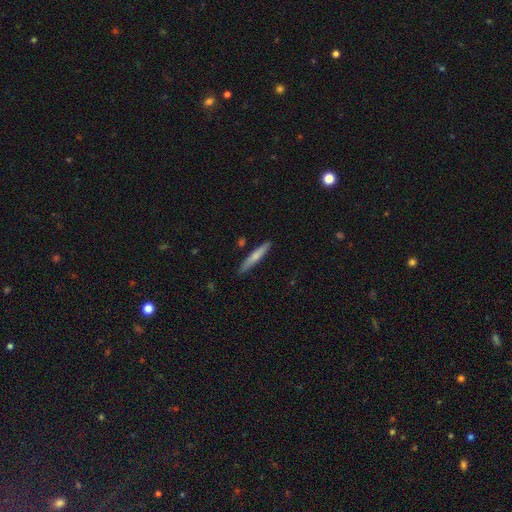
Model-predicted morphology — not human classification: The model was most divided on "smooth or featured": smooth: 65%, featured or disk: 29%, star or artifact: 5%. More confident: how rounded — cigar-shaped (94%); merging — none (87%).